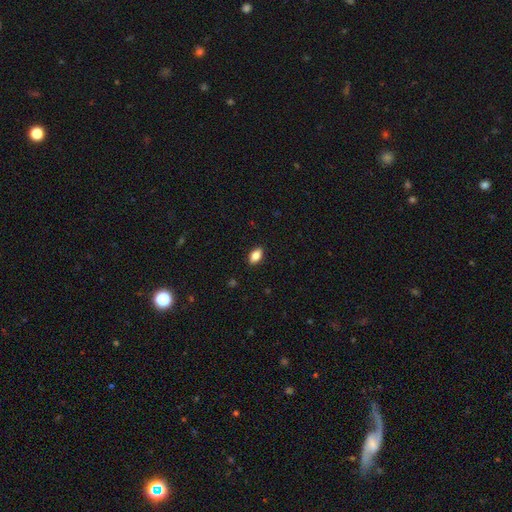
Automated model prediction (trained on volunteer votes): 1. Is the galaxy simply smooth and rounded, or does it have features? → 84% smooth, 8% featured or disk, 8% star or artifact.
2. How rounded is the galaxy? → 90% in between, 6% round, 4% cigar-shaped.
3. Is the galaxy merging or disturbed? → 89% none, 8% minor disturbance, 2% major disturbance, 1% merger.